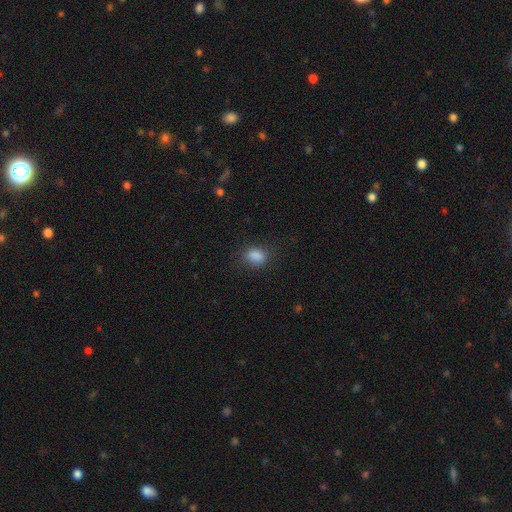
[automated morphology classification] Smooth or featured? smooth (85%)
How rounded? in between (69%)
Merging? none (78%)